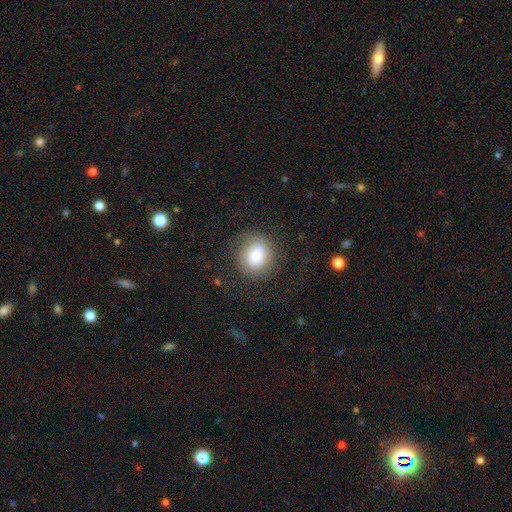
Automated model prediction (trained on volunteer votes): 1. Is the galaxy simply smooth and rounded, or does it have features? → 74% smooth, 17% featured or disk, 10% star or artifact.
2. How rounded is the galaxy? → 81% round, 18% in between, 1% cigar-shaped.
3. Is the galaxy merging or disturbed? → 78% none, 13% minor disturbance, 8% major disturbance, 1% merger.